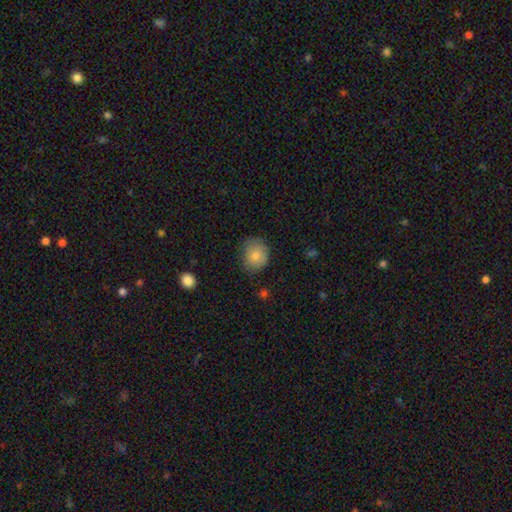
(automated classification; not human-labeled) The model was most divided on "how rounded": round: 70%, in between: 29%, cigar-shaped: 1%. More confident: smooth or featured — smooth (79%); merging — none (74%).